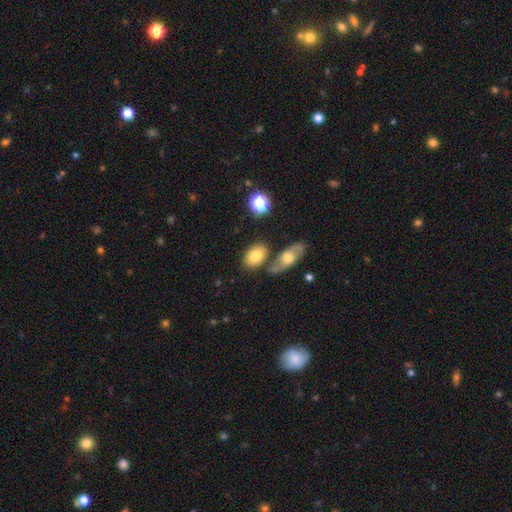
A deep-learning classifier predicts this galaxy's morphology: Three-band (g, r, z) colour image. It shows a smooth galaxy with no disk features (76%) that is in between round and cigar-shaped (83%). Merging: none (63%).